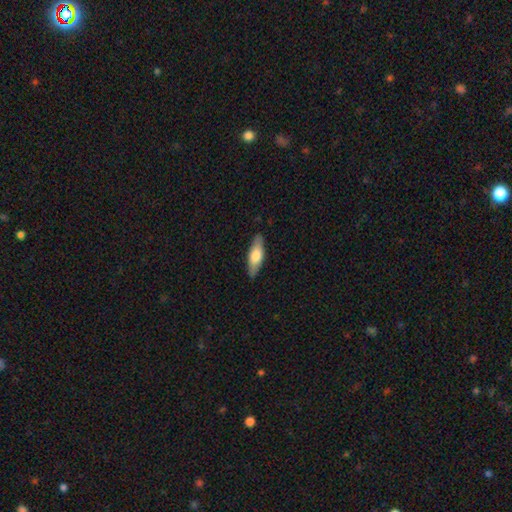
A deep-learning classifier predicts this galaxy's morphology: smooth 63%, featured or disk 31%, star or artifact 5%. Down the decision tree: how rounded — in between (55%); merging — none (87%).